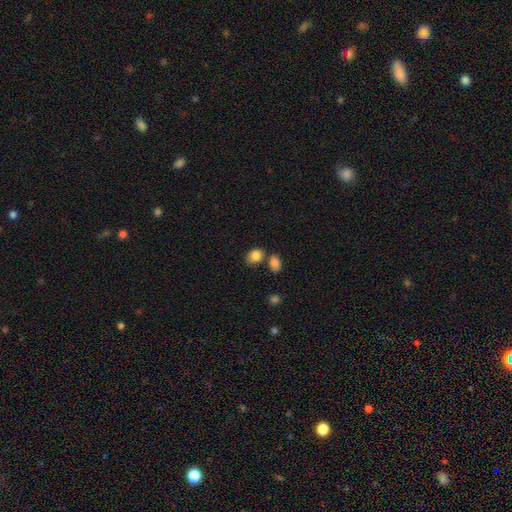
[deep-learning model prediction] The model was most divided on "how rounded": in between: 65%, round: 34%, cigar-shaped: 1%. More confident: smooth or featured — smooth (85%); merging — none (61%).